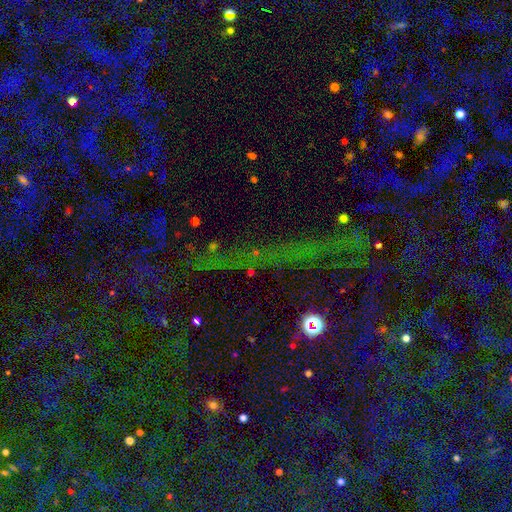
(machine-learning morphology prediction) type=star or artifact (77%).